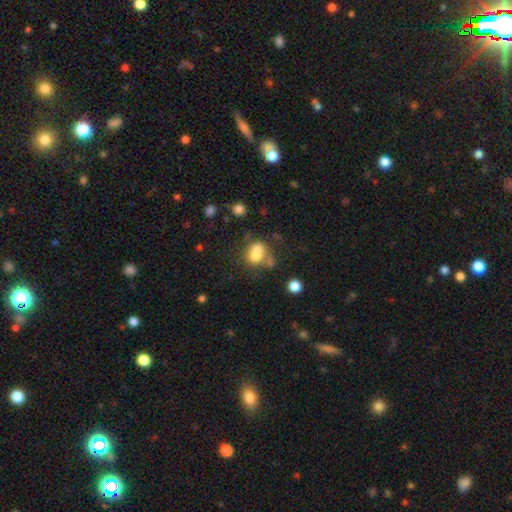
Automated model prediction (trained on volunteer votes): The model was most divided on "how rounded": round: 61%, in between: 38%, cigar-shaped: 1%. More confident: smooth or featured — smooth (65%); merging — merger (55%).